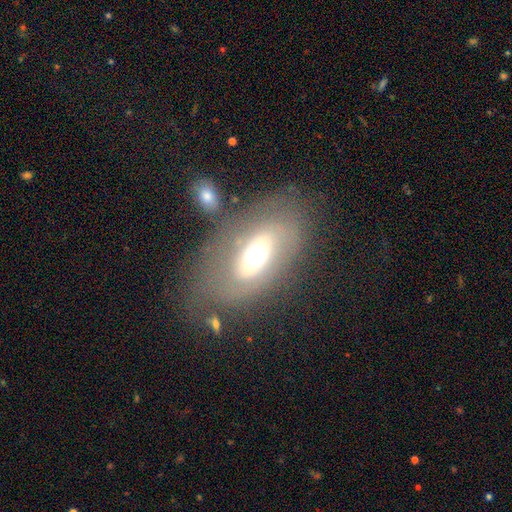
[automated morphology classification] featured or disk 52%, smooth 38%, star or artifact 9%. Down the decision tree: edge-on disk — no (88%); merging — none (59%).